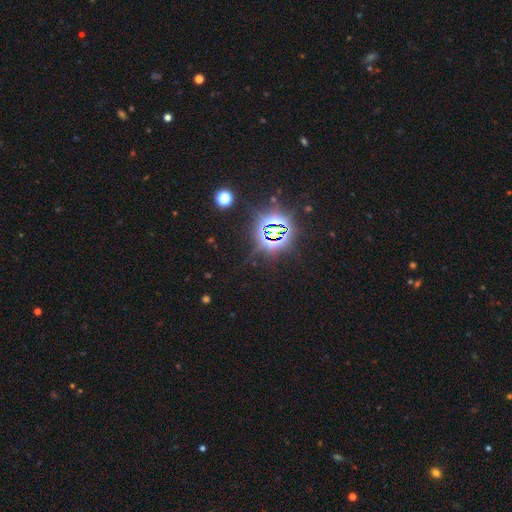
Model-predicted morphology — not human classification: A star or artifact, not a galaxy (84%).